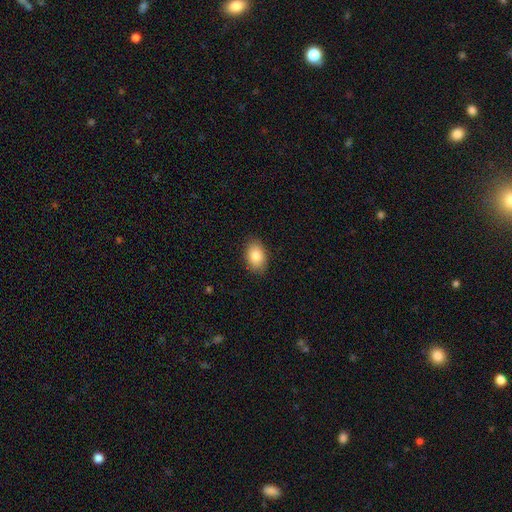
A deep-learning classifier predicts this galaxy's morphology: The model was most divided on "how rounded": in between: 87%, round: 12%, cigar-shaped: 1%. More confident: merging — none (88%); smooth or featured — smooth (85%).